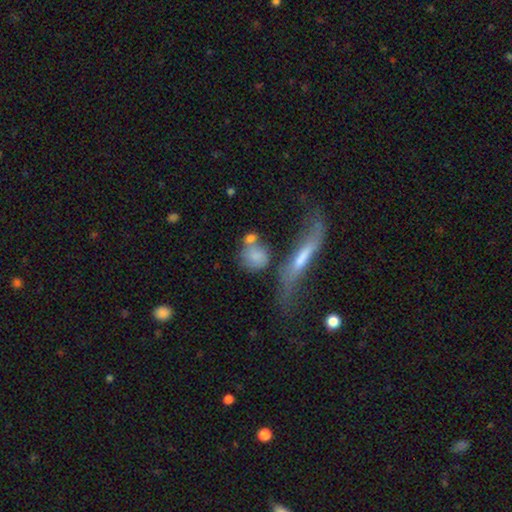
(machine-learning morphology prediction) Smooth or featured: smooth — 71% (featured or disk — 21%)
How rounded: round — 64% (in between — 26%)
Merging: none — 42% (merger — 30%)